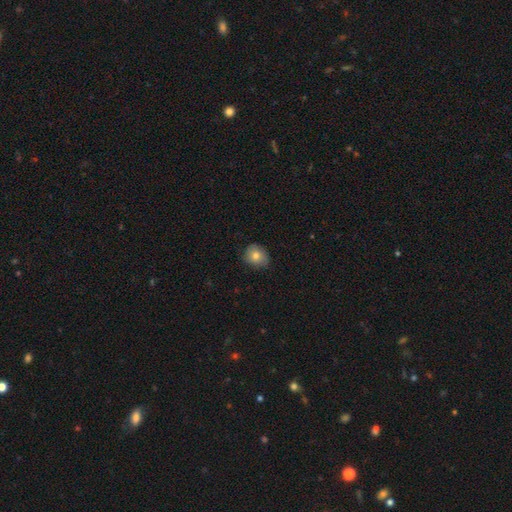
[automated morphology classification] Smooth or featured?
  - smooth: 77% *
  - featured or disk: 14%
  - star or artifact: 9%
How rounded?
  - round: 75% *
  - in between: 24%
  - cigar-shaped: 1%
Merging?
  - none: 80% *
  - minor disturbance: 17%
  - major disturbance: 3%
  - merger: 1%